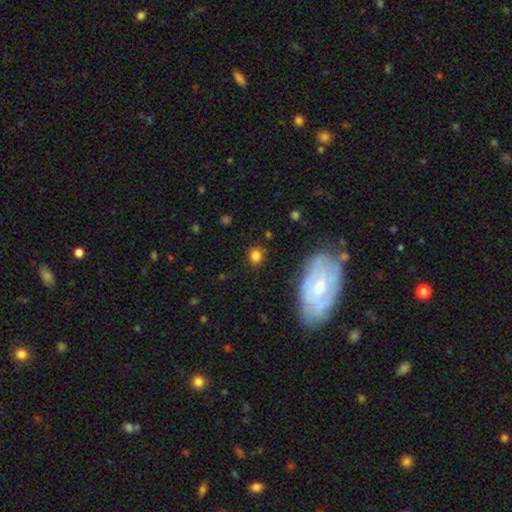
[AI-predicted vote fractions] Morphology: type=smooth (79%); roundness=round (71%); merging=none (82%).